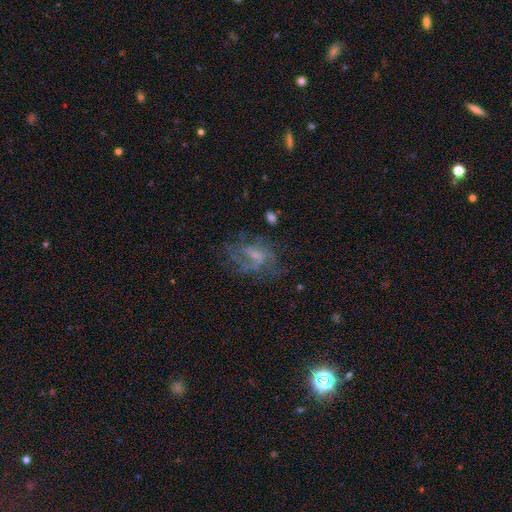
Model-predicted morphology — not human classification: Smooth or featured? featured or disk (69%)
Edge-on disk? no (97%)
Bar? no (52%)
Spiral arms? yes (73%)
Bulge size? small (55%)
Merging? none (54%)